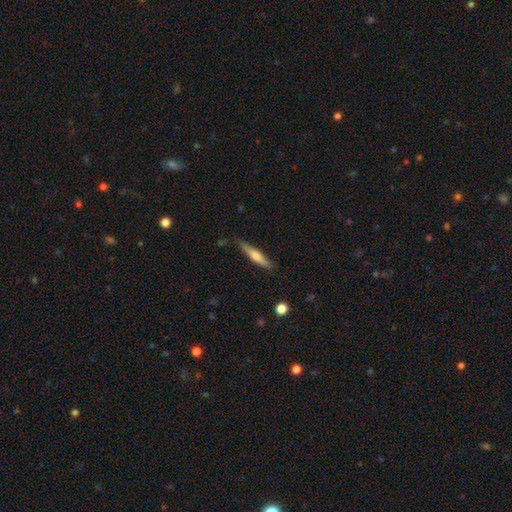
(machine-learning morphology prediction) Smooth or featured: smooth — 47% (tied with featured or disk — 47%)
Merging: none — 80% (minor disturbance — 15%)